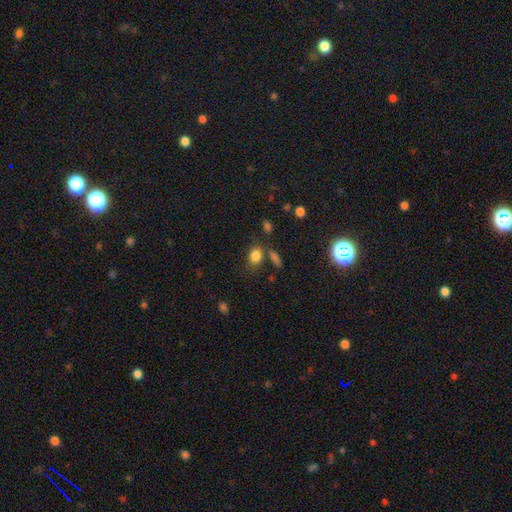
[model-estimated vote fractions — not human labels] A smooth galaxy with no disk features (82%) that is in between round and cigar-shaped (60%). Merging: none (68%).